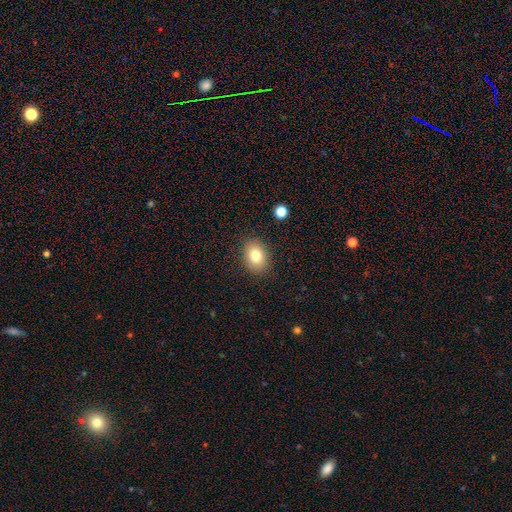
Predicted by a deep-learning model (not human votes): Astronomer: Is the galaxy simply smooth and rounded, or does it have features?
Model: smooth — 80%.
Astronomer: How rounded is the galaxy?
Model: in between — 68%.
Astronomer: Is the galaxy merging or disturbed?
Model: none — 87%.